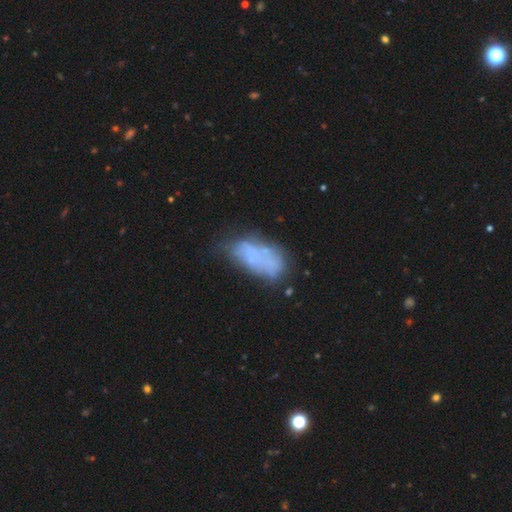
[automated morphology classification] The model was most divided on "merging": none: 36%, minor disturbance: 27%, major disturbance: 21%, merger: 15%. More confident: how rounded — in between (87%); smooth or featured — smooth (50%).